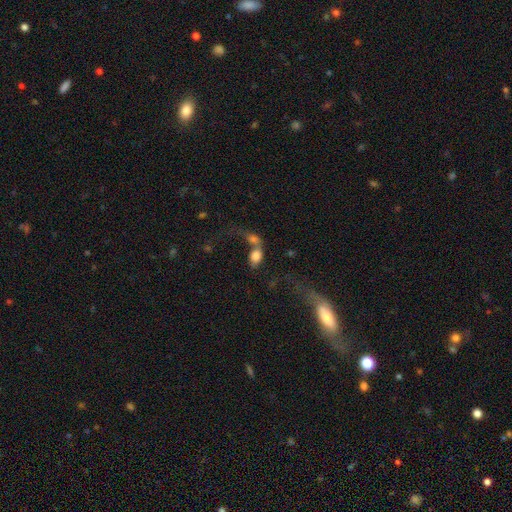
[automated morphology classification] This appears to be a smooth galaxy with no disk features (72%) that is in between round and cigar-shaped (80%). Merging: merger (68%).